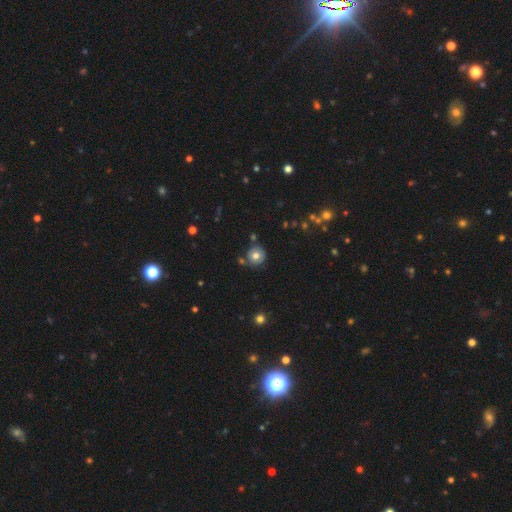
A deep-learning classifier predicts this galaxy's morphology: type=smooth (71%); roundness=round (91%); merging=none (77%).